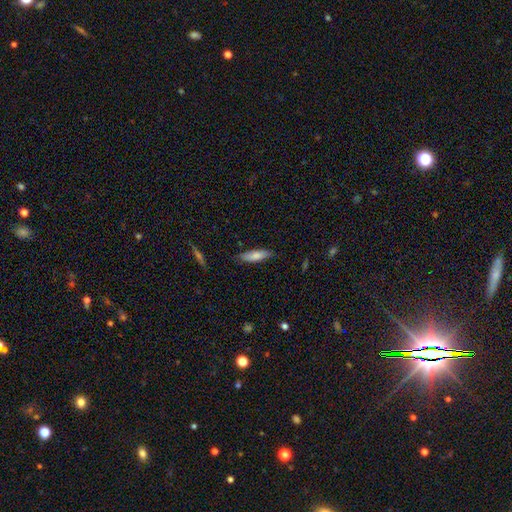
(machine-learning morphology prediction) Smooth or featured?
  - smooth: 78% *
  - featured or disk: 16%
  - star or artifact: 6%
How rounded?
  - cigar-shaped: 58% *
  - in between: 41%
  - round: 2%
Merging?
  - none: 81% *
  - minor disturbance: 15%
  - major disturbance: 2%
  - merger: 1%